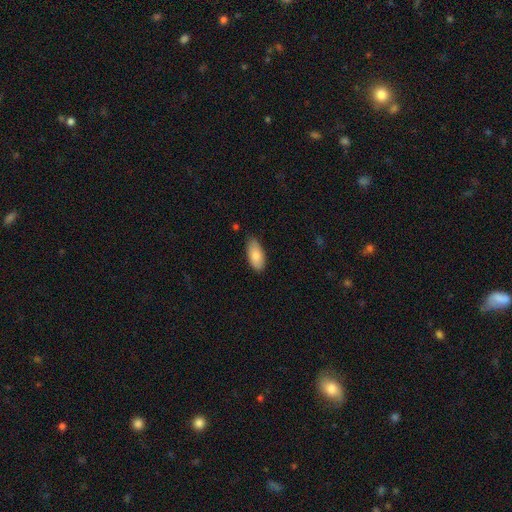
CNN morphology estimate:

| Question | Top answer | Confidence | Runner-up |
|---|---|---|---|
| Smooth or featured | smooth | 85% | featured or disk (9%) |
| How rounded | in between | 89% | cigar-shaped (9%) |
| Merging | none | 78% | minor disturbance (18%) |